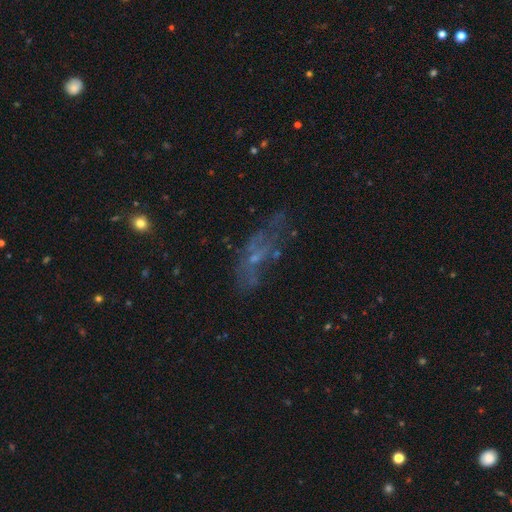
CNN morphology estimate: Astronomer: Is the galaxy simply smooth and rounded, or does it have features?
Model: featured or disk — 48% (runner-up: smooth, 31%).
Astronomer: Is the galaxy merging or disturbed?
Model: none — 47% (runner-up: major disturbance, 25%).